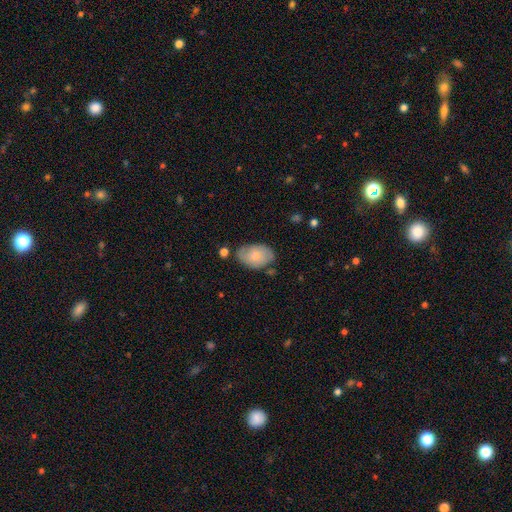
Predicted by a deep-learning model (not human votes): smooth-or-featured: smooth: 61% | featured or disk: 33% | star or artifact: 6%
  how-rounded: in between: 87% | round: 12% | cigar-shaped: 1%
  merging: none: 66% | minor disturbance: 24% | major disturbance: 5% | merger: 5%